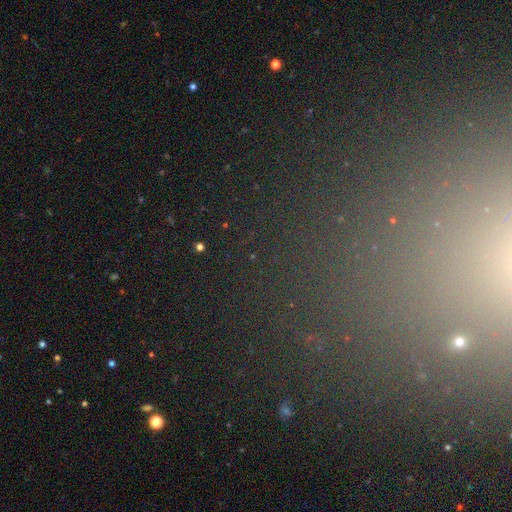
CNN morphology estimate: Smooth or featured: star or artifact — 69% (smooth — 19%)